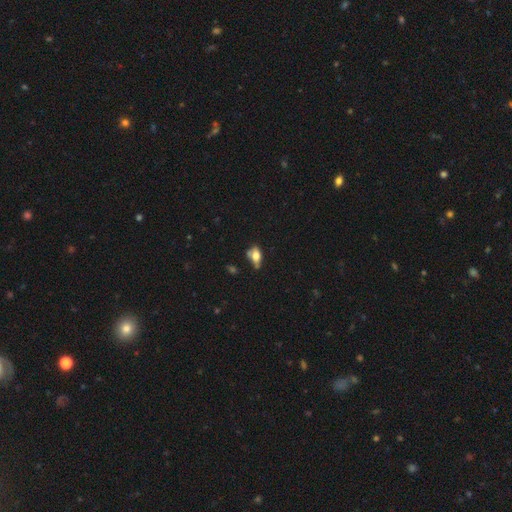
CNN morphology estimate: A smooth galaxy with no disk features (67%) that is in between round and cigar-shaped (84%). Merging: none (40%).